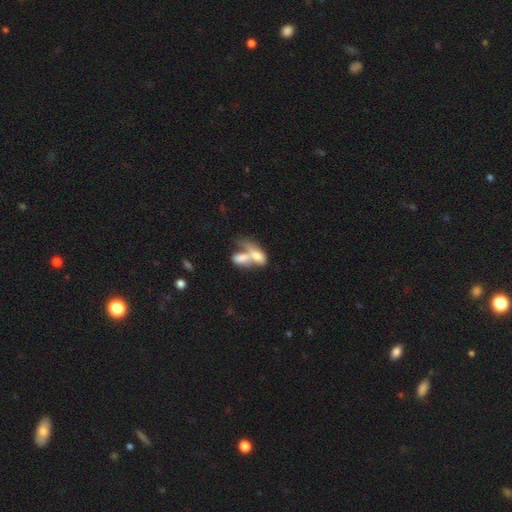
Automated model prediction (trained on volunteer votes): A smooth galaxy with no disk features (63%) that is in between round and cigar-shaped (82%).

Vote fractions:
- Smooth or featured? smooth: 63% / featured or disk: 29% / star or artifact: 8%
- How rounded? in between: 82% / cigar-shaped: 9% / round: 9%
- Merging? merger: 75% / none: 10% / major disturbance: 9% / minor disturbance: 5%